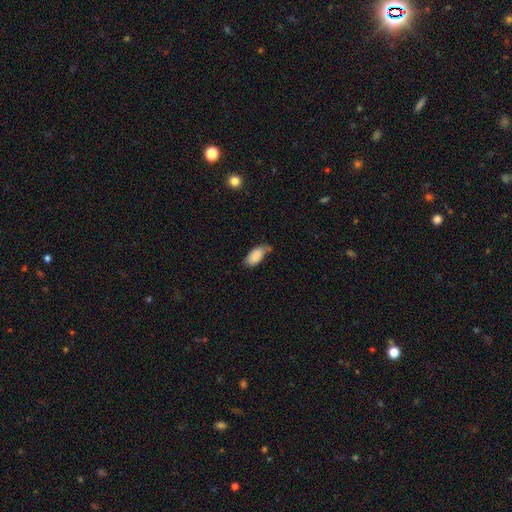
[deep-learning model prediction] smooth-or-featured: smooth: 87% | star or artifact: 7% | featured or disk: 7%
  how-rounded: in between: 93% | cigar-shaped: 5% | round: 2%
  merging: none: 58% | minor disturbance: 31% | major disturbance: 6% | merger: 5%